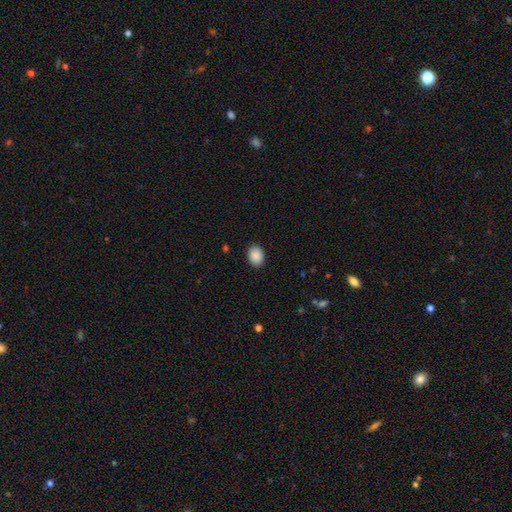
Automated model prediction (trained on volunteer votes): smooth_or_featured: smooth (p=0.90) [alt: star or artifact p=0.07]
how_rounded: in between (p=0.66) [alt: round p=0.33]
merging: none (p=0.90) [alt: minor disturbance p=0.07]